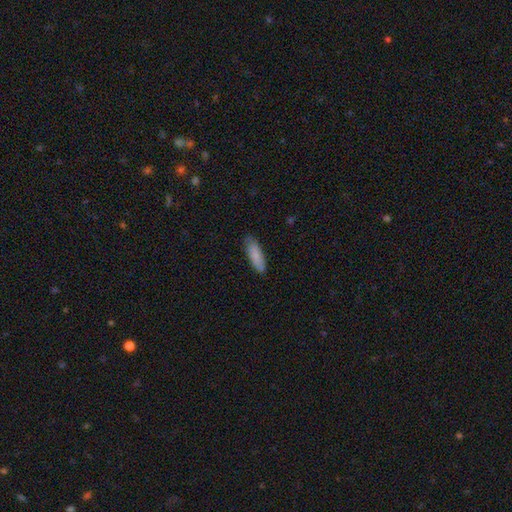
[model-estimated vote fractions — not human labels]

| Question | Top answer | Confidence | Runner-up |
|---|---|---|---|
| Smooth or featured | smooth | 85% | featured or disk (10%) |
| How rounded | cigar-shaped | 50% | in between (49%) |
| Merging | none | 83% | minor disturbance (14%) |